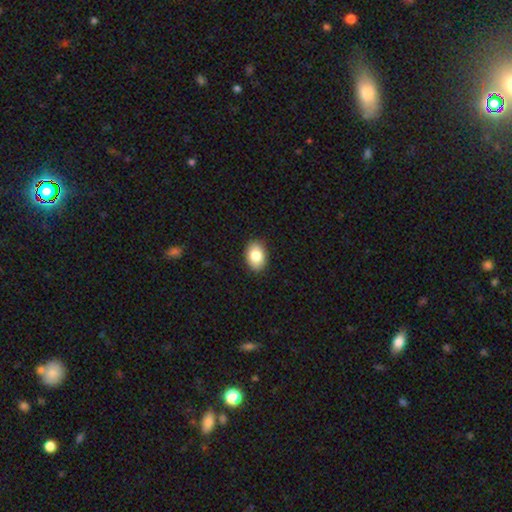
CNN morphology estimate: This appears to be a smooth galaxy with no disk features (84%) that is in between round and cigar-shaped (81%). Merging: none (89%).